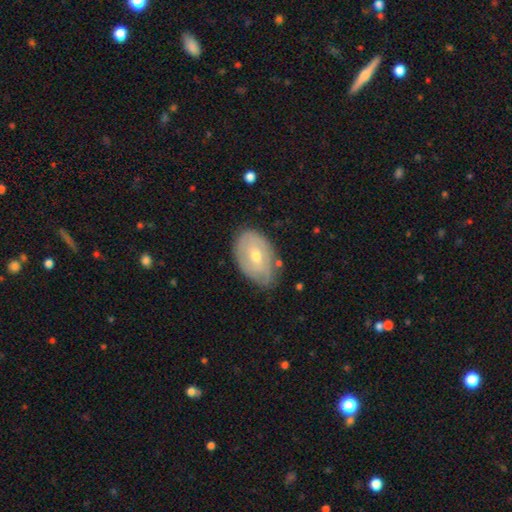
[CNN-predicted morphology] Smooth or featured?
  - featured or disk: 55% *
  - smooth: 38%
  - star or artifact: 7%
Edge-on disk?
  - no: 92% *
  - yes: 8%
Bar?
  - no: 55% *
  - weak: 36%
  - strong: 9%
Spiral arms?
  - yes: 57% *
  - no: 43%
Bulge size?
  - moderate: 53% *
  - small: 44%
  - large: 1%
  - none: 1%
  - dominant: 1%
Merging?
  - none: 67% *
  - minor disturbance: 26%
  - major disturbance: 5%
  - merger: 2%